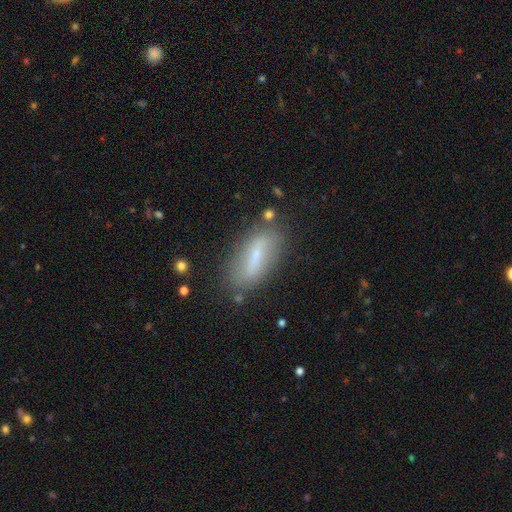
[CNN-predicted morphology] Smooth or featured? Predicted: smooth (p=0.48). Merging? Predicted: none (p=0.75).